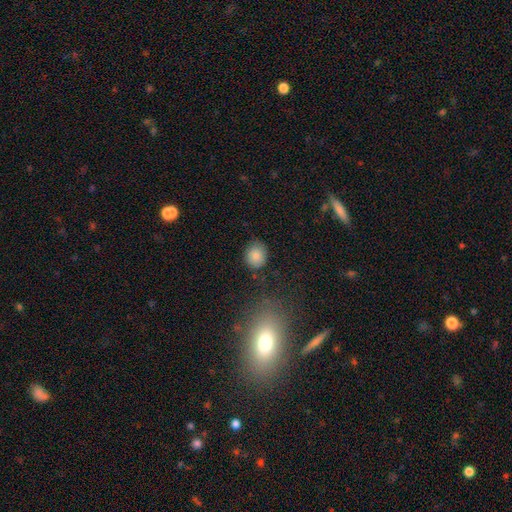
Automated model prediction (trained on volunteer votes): Q: Smooth or featured?
A: smooth (85%); runner-up: star or artifact (9%)
Q: How rounded?
A: round (68%); runner-up: in between (31%)
Q: Merging?
A: none (80%); runner-up: minor disturbance (14%)